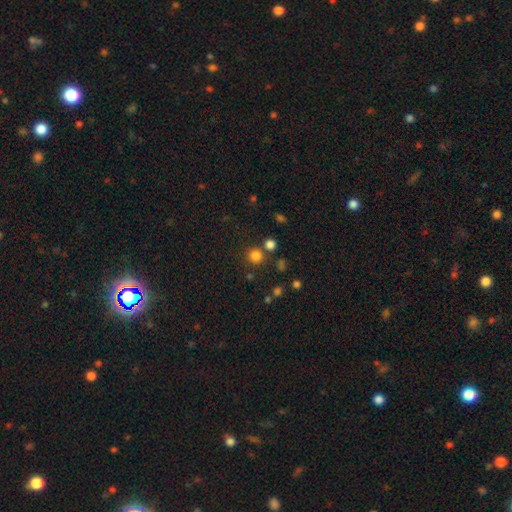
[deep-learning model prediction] Smooth or featured? Predicted: smooth (p=0.80). How rounded? Predicted: round (p=0.92). Merging? Predicted: none (p=0.79).